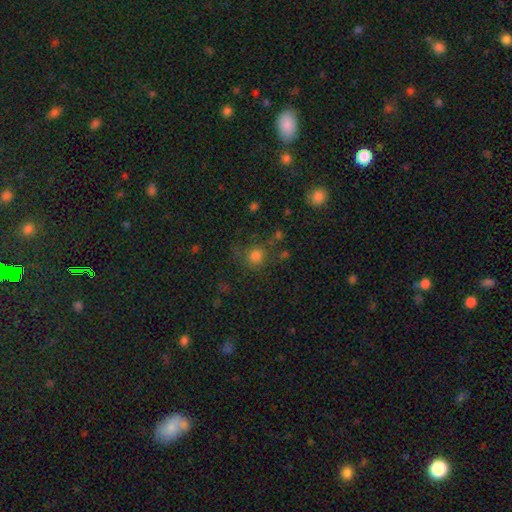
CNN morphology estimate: This appears to be a smooth galaxy with no disk features (75%) that is round (86%). Merging: none (69%).